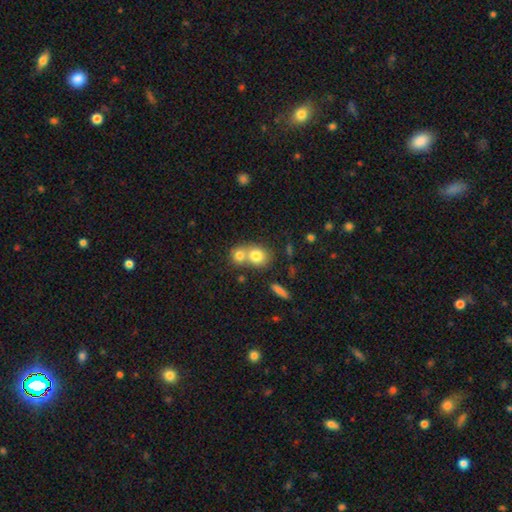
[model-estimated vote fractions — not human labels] Morphology: type=smooth (77%); roundness=round (68%); merging=merger (61%).